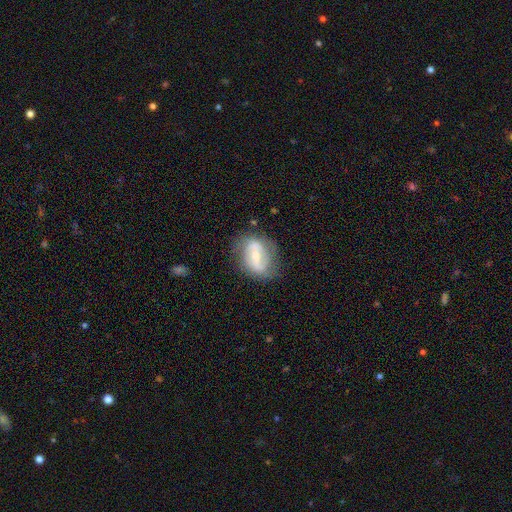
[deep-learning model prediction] smooth_or_featured: featured or disk (p=0.67) [alt: smooth p=0.26]
disk_edge_on: no (p=0.93) [alt: yes p=0.07]
bar: strong (p=0.50) [alt: weak p=0.34]
has_spiral_arms: yes (p=0.63) [alt: no p=0.37]
bulge_size: small (p=0.48) [alt: moderate p=0.45]
merging: none (p=0.67) [alt: minor disturbance p=0.21]